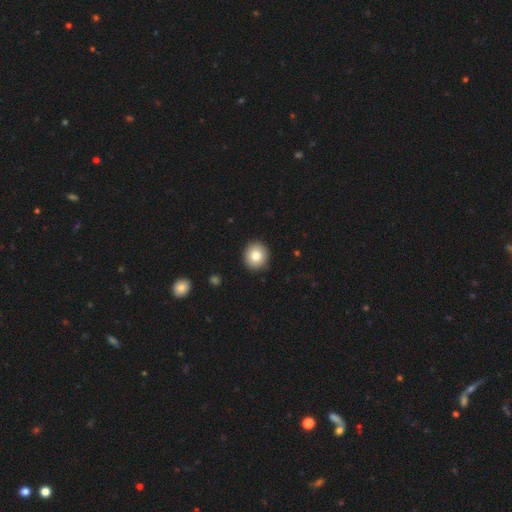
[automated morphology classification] This is clearly a smooth galaxy (82%). How rounded: clearly round (91%). Merging: clearly none (92%).